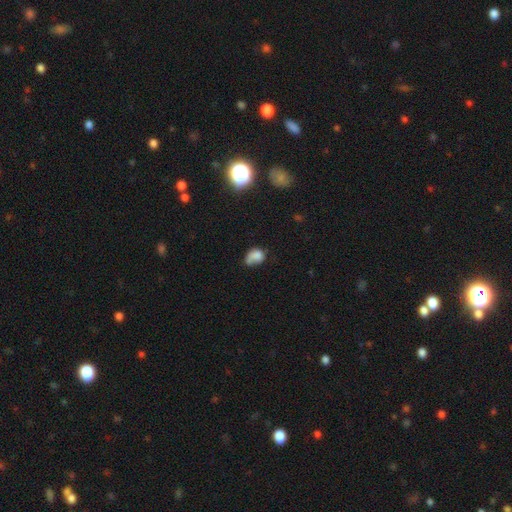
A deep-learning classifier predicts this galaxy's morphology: This appears to be a smooth galaxy with no disk features (68%) that is in between round and cigar-shaped (65%). Merging: none (32%).